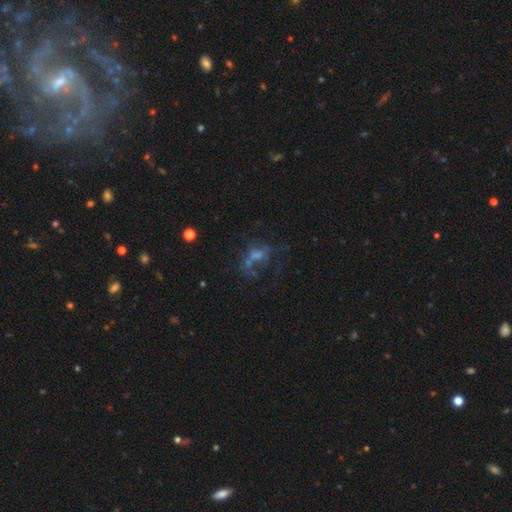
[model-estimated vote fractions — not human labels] Smooth or featured? Predicted: featured or disk (p=0.43). Merging? Predicted: major disturbance (p=0.38).